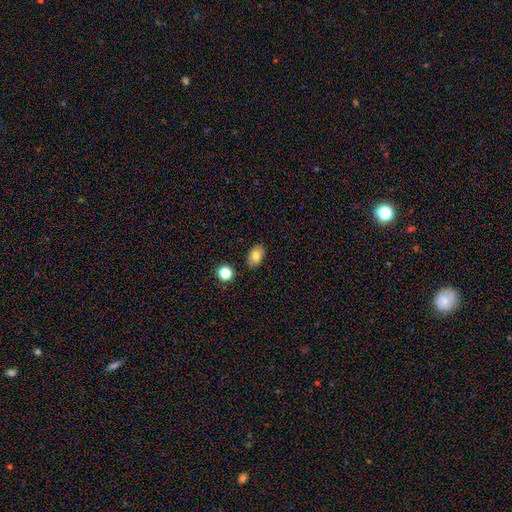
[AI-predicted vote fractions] This appears to be a smooth galaxy with no disk features (80%) that is in between round and cigar-shaped (88%). Merging: none (86%).